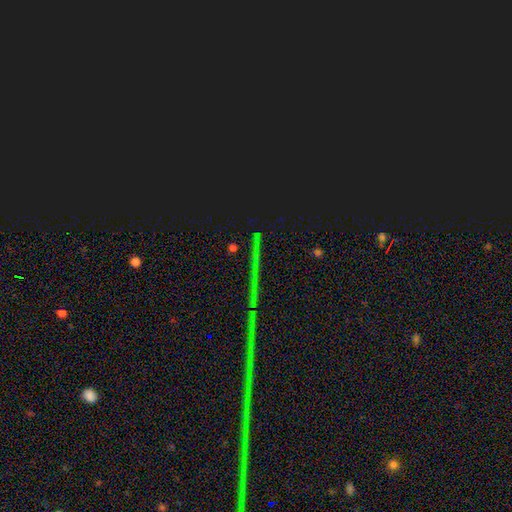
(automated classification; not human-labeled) Overall: star or artifact (89%).